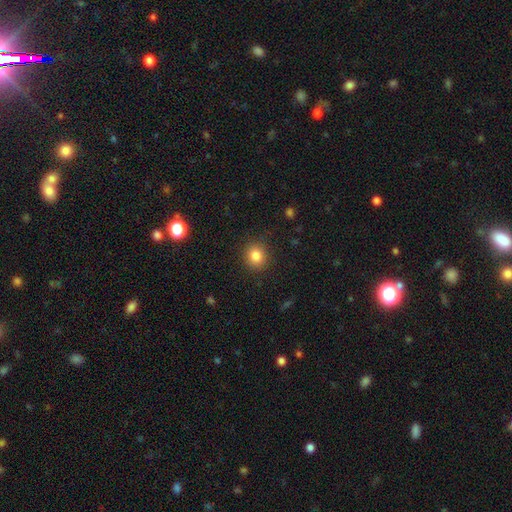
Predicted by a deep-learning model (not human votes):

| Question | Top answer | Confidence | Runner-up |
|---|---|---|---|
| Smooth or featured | smooth | 84% | star or artifact (11%) |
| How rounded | round | 82% | in between (17%) |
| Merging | none | 88% | minor disturbance (8%) |